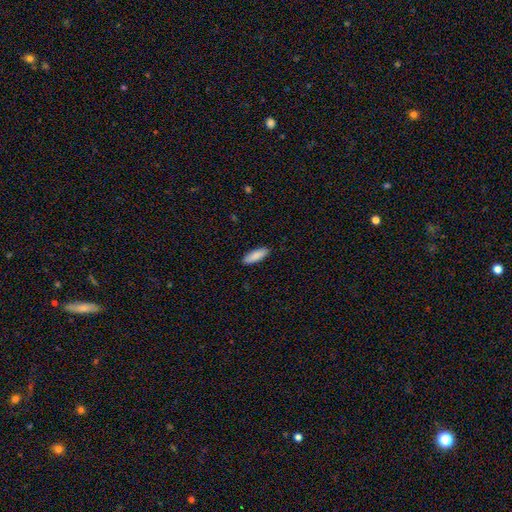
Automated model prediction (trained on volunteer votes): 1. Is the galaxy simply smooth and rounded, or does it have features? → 89% smooth, 6% featured or disk, 6% star or artifact.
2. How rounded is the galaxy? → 57% in between, 41% cigar-shaped, 2% round.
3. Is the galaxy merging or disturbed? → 90% none, 8% minor disturbance, 2% major disturbance, 1% merger.